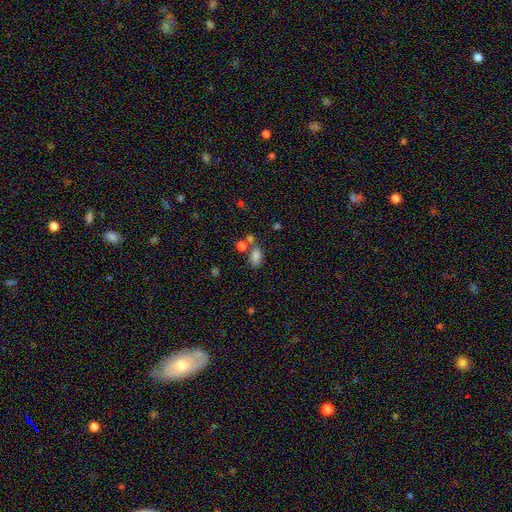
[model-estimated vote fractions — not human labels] Smooth or featured?
  - smooth: 80% *
  - star or artifact: 12%
  - featured or disk: 8%
How rounded?
  - in between: 87% *
  - round: 11%
  - cigar-shaped: 3%
Merging?
  - none: 56% *
  - merger: 23%
  - minor disturbance: 15%
  - major disturbance: 6%